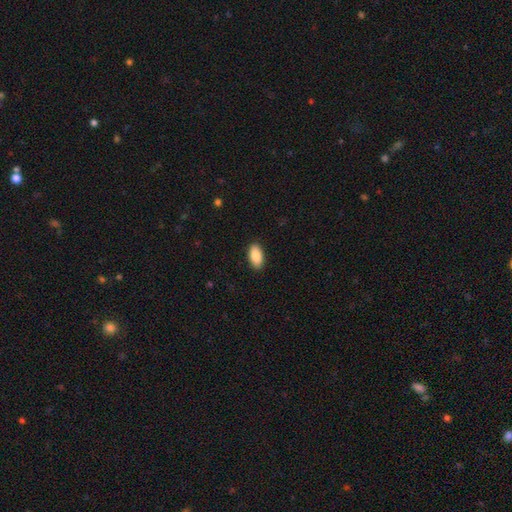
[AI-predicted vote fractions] Smooth or featured? Predicted: smooth (p=0.88). How rounded? Predicted: in between (p=0.93). Merging? Predicted: none (p=0.89).